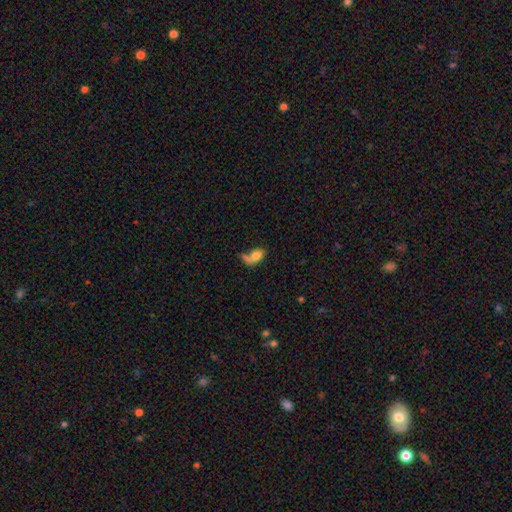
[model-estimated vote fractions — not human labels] This appears to be a smooth galaxy with no disk features (73%) that is in between round and cigar-shaped (77%). Merging: merger (36%).